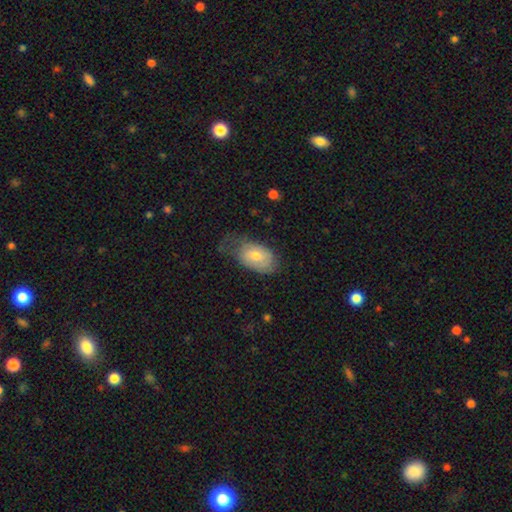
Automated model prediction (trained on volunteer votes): This is likely a smooth galaxy (64%). How rounded: clearly in between (90%). Merging: marginally none (39%).